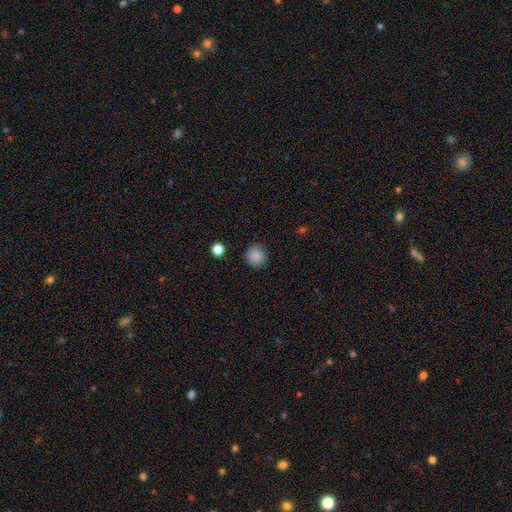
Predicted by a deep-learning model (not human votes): Overall: smooth (87%). How rounded: round (92%). Merging: none (88%).